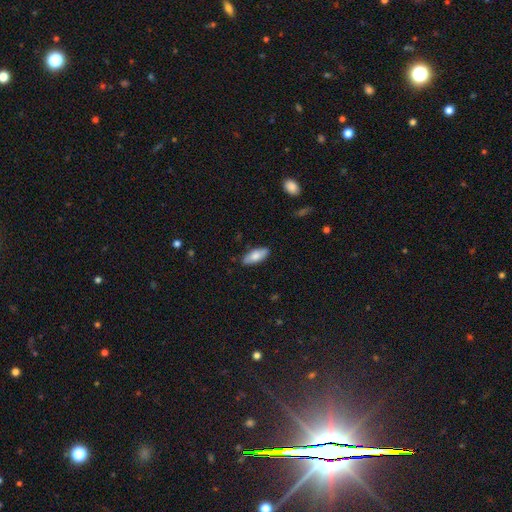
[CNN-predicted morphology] The model was most divided on "how rounded": in between: 77%, cigar-shaped: 21%, round: 2%. More confident: merging — none (85%); smooth or featured — smooth (75%).